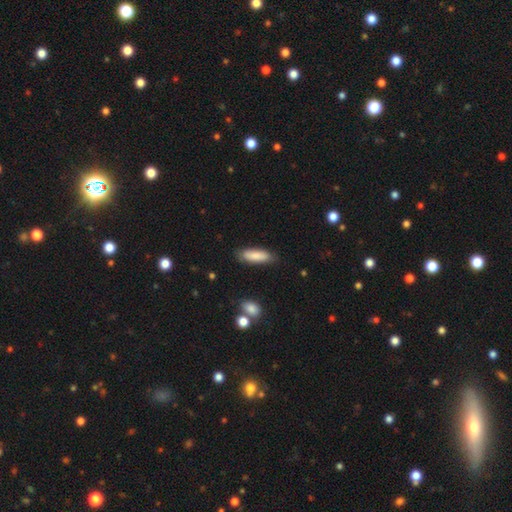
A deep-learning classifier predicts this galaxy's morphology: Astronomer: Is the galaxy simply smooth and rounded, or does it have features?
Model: smooth — 84%.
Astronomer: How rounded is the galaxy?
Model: in between — 52% (runner-up: cigar-shaped, 47%).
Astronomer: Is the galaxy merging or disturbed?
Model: none — 83%.